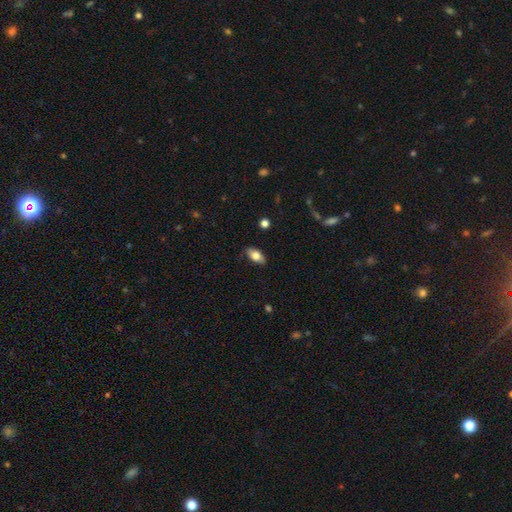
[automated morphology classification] smooth 73%, featured or disk 19%, star or artifact 7%. Down the decision tree: how rounded — in between (89%); merging — none (84%).